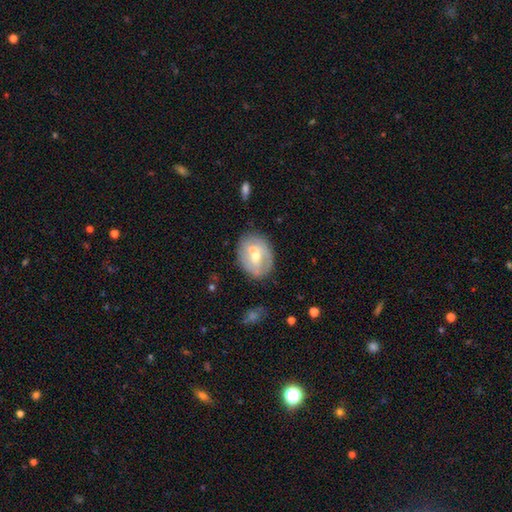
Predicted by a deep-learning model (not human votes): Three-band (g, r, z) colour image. It shows a featured or disk galaxy (50%). Merging: none (53%).